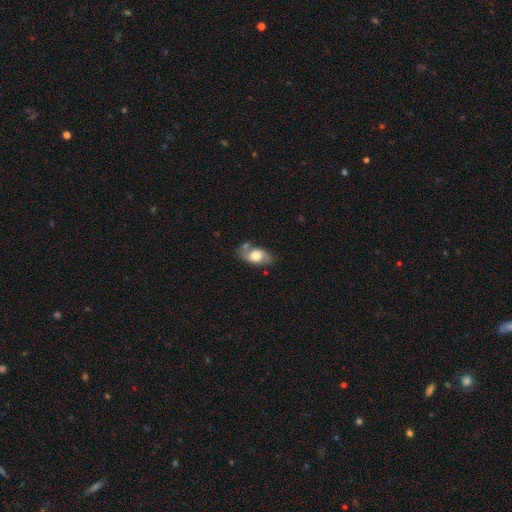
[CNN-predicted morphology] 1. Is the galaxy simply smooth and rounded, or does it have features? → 66% smooth, 28% featured or disk, 6% star or artifact.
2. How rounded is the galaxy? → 90% in between, 7% round, 3% cigar-shaped.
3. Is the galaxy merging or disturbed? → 64% none, 21% minor disturbance, 10% merger, 5% major disturbance.